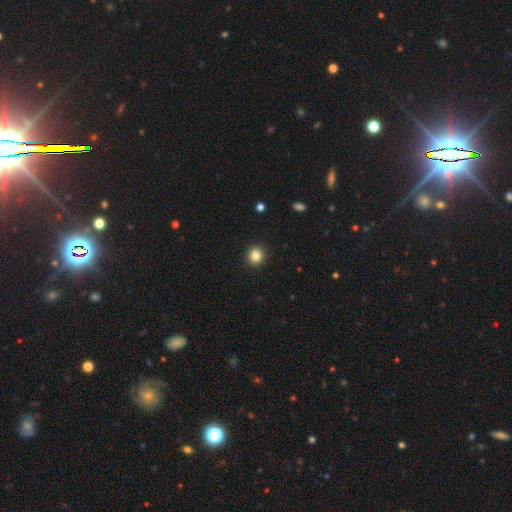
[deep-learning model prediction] A smooth galaxy with no disk features (84%) that is round (87%). Merging: none (92%).